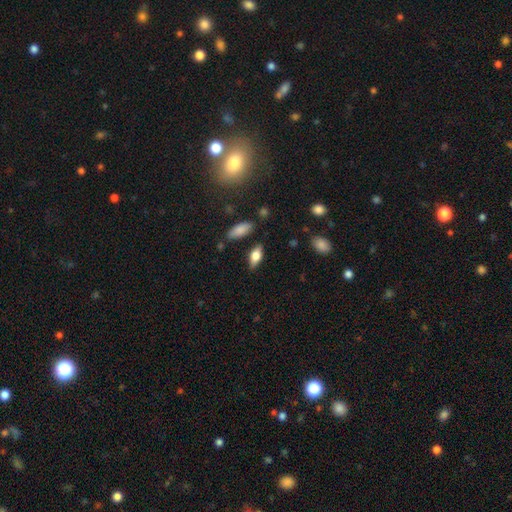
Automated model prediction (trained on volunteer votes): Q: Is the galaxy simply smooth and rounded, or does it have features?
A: smooth — 68%.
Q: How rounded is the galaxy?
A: in between — 78%.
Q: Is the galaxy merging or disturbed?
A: none — 82%.